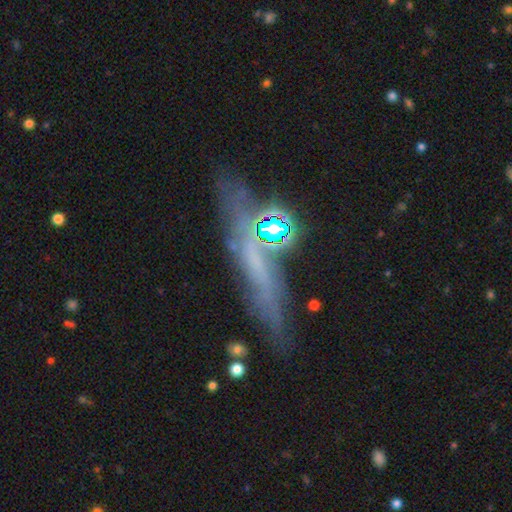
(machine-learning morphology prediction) A featured or disk galaxy (46%). Merging: none (62%).